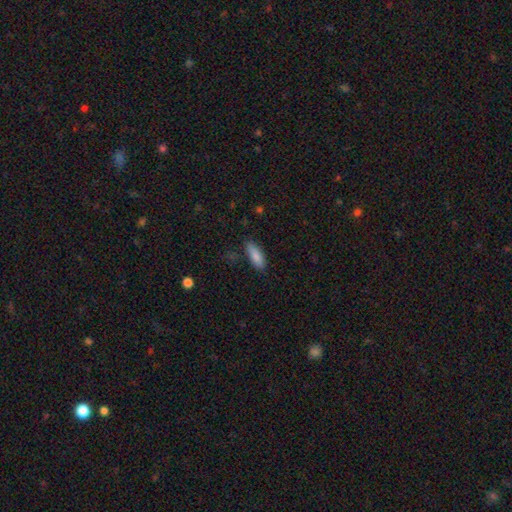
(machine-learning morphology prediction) This appears to be a smooth galaxy with no disk features (86%) that is in between round and cigar-shaped (65%). Merging: none (81%).